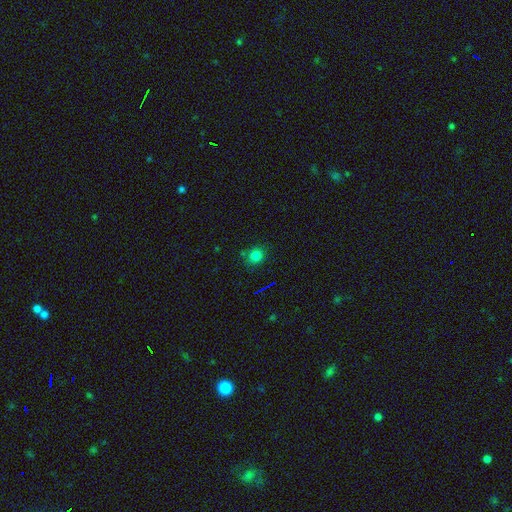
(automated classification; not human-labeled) This is likely a smooth galaxy (78%). How rounded: clearly round (84%). Merging: likely none (77%).